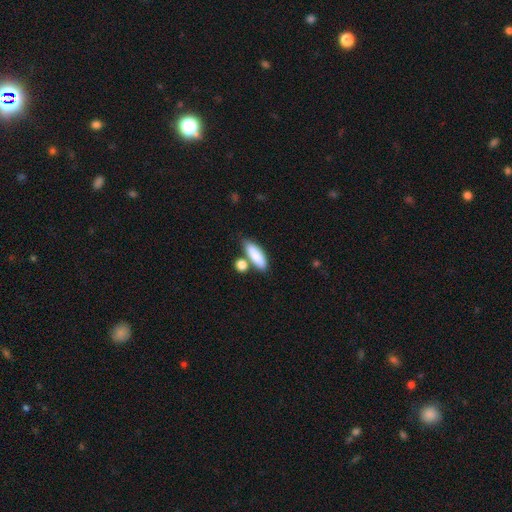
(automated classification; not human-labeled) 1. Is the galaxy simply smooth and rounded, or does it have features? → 85% smooth, 9% featured or disk, 6% star or artifact.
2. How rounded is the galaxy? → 59% in between, 37% cigar-shaped, 4% round.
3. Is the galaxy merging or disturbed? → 60% none, 22% merger, 14% minor disturbance, 4% major disturbance.